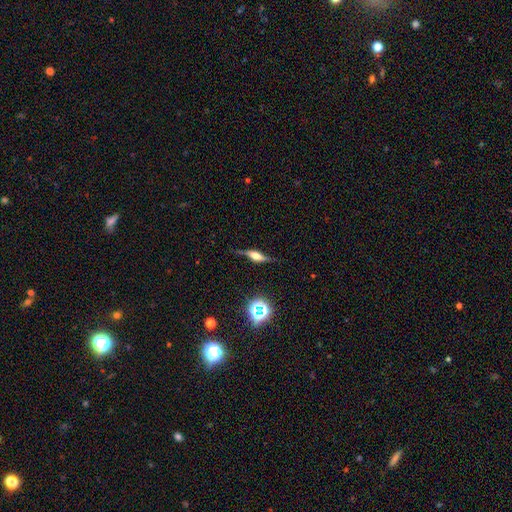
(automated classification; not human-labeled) smooth-or-featured: featured or disk: 67% | smooth: 21% | star or artifact: 11%
  disk-edge-on: yes: 88% | no: 12%
    edge-on-bulge: rounded: 77% | boxy: 20% | none: 3%
  merging: none: 72% | minor disturbance: 19% | major disturbance: 7% | merger: 2%